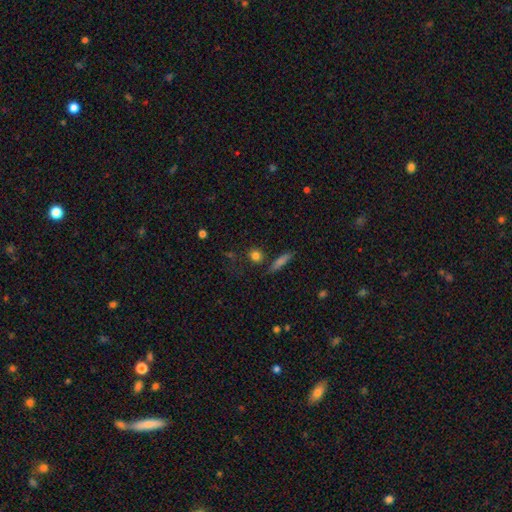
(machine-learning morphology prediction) smooth_or_featured: smooth (p=0.78) [alt: star or artifact p=0.13]
how_rounded: round (p=0.79) [alt: in between p=0.15]
merging: none (p=0.77) [alt: minor disturbance p=0.11]